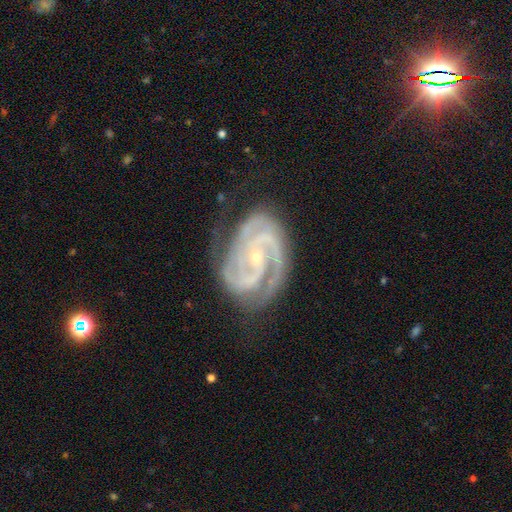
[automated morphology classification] The model was most divided on "spiral arm count": 2: 44%, 3: 34%, 4: 7%, can't tell: 7%, more than 4: 4%, 1: 4%. More confident: spiral arms — yes (99%); edge-on disk — no (98%); smooth or featured — featured or disk (92%); bulge size — small (75%); merging — none (69%); spiral winding — tight (64%); bar — no (54%).